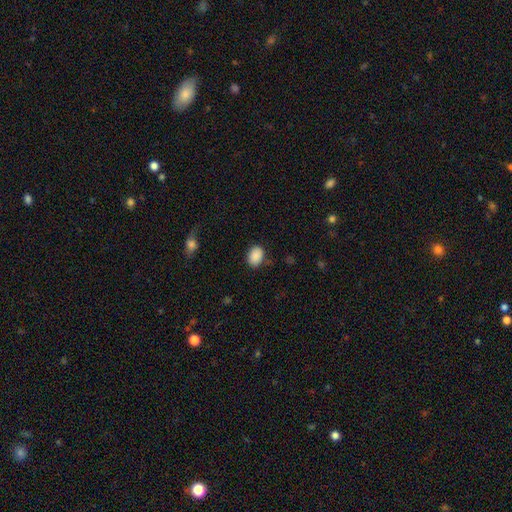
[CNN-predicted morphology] smooth_or_featured: smooth (p=0.89) [alt: star or artifact p=0.08]
how_rounded: in between (p=0.76) [alt: round p=0.23]
merging: none (p=0.81) [alt: minor disturbance p=0.14]